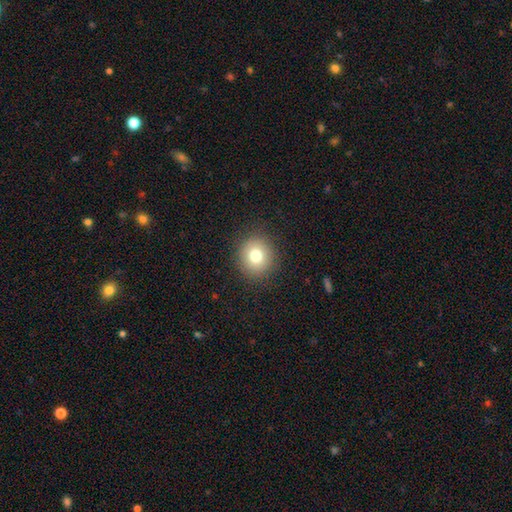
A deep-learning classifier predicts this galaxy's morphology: This is likely a smooth galaxy (77%). How rounded: clearly round (87%). Merging: clearly none (89%).